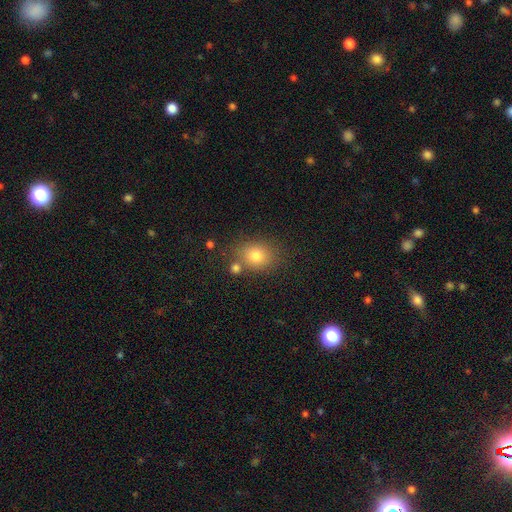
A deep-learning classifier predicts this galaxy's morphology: type=smooth (79%); roundness=round (58%); merging=none (70%).